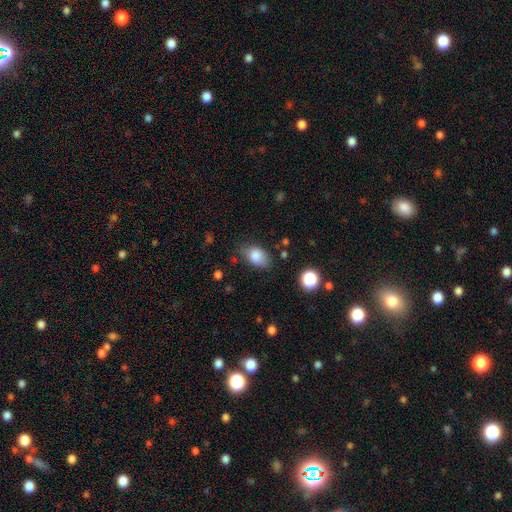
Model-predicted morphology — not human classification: The model was most divided on "merging": none: 67%, minor disturbance: 24%, major disturbance: 6%, merger: 3%. More confident: how rounded — in between (85%); smooth or featured — smooth (82%).